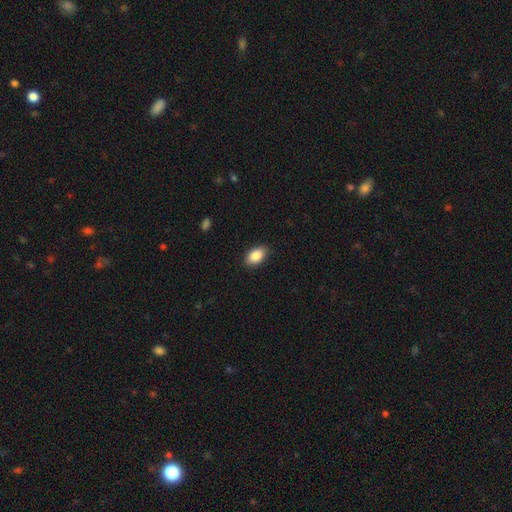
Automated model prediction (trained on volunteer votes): smooth-or-featured: smooth: 87% | star or artifact: 7% | featured or disk: 6%
  how-rounded: in between: 91% | round: 7% | cigar-shaped: 2%
  merging: none: 88% | minor disturbance: 9% | major disturbance: 2% | merger: 1%